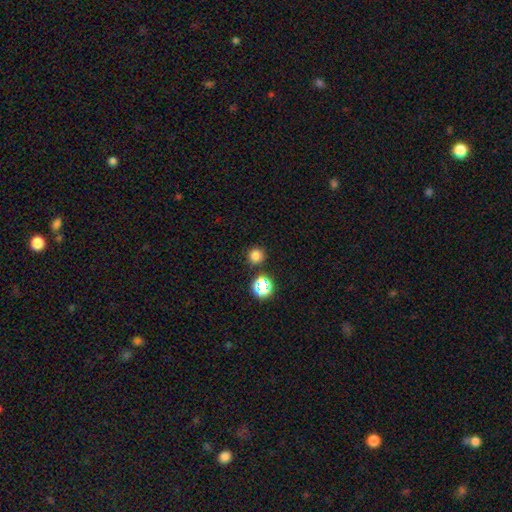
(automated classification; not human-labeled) A smooth galaxy with no disk features (77%) that is round (94%).

Vote fractions:
- Smooth or featured? smooth: 77% / star or artifact: 19% / featured or disk: 5%
- How rounded? round: 94% / in between: 5% / cigar-shaped: 1%
- Merging? none: 87% / minor disturbance: 6% / merger: 4% / major disturbance: 2%